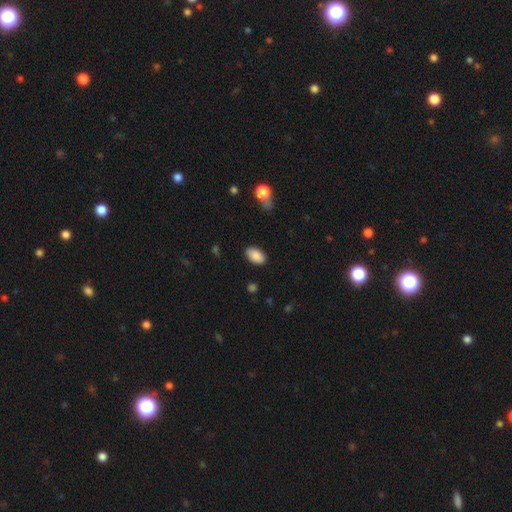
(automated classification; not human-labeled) Smooth or featured: smooth — 89% (star or artifact — 7%)
How rounded: in between — 93% (round — 6%)
Merging: none — 86% (minor disturbance — 11%)